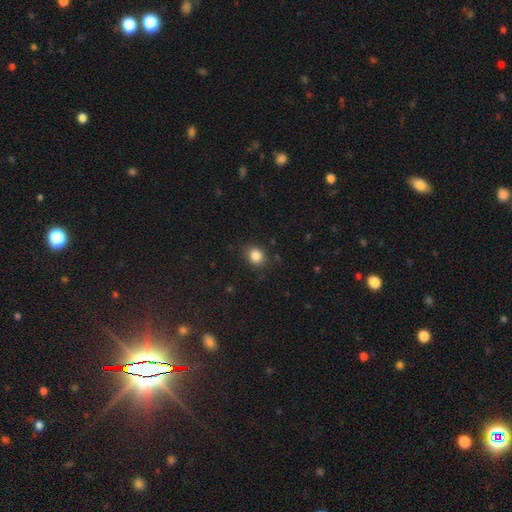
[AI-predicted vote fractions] This is clearly a smooth galaxy (85%). How rounded: likely round (65%). Merging: clearly none (83%).